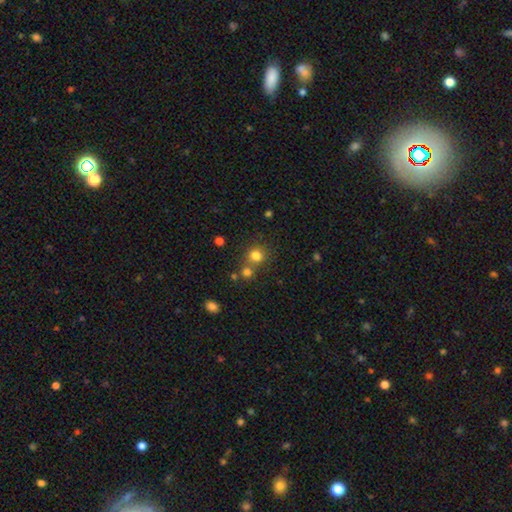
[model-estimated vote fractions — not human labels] Q: Smooth or featured?
A: smooth (78%); runner-up: star or artifact (15%)
Q: How rounded?
A: round (85%); runner-up: in between (14%)
Q: Merging?
A: none (61%); runner-up: merger (27%)